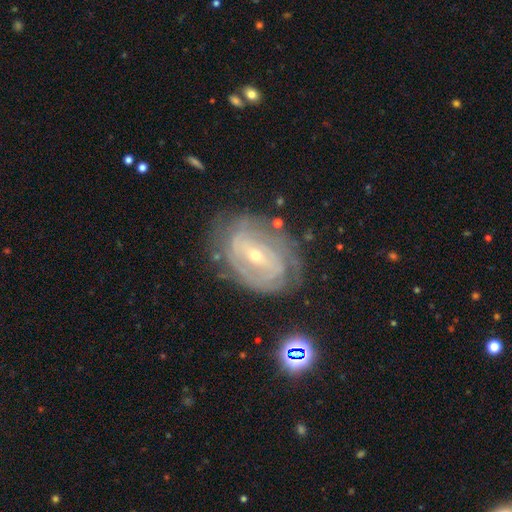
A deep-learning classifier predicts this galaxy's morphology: The model was most divided on "bar": weak: 45%, no: 31%, strong: 24%. Remaining: edge-on disk — no (96%); spiral arms — yes (89%); smooth or featured — featured or disk (85%); spiral winding — tight (73%); merging — none (70%); bulge size — small (63%); spiral arm count — can't tell (41%).